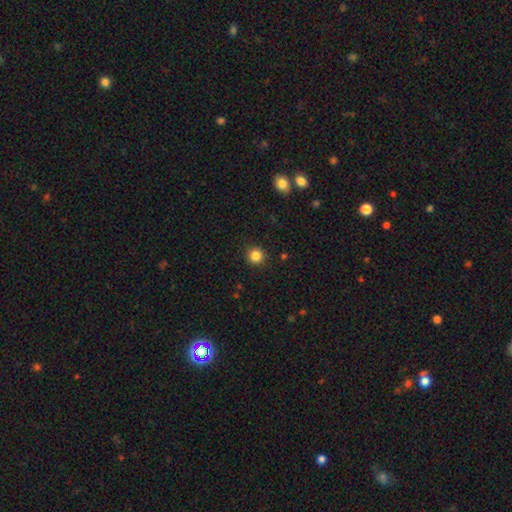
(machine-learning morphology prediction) Smooth or featured: smooth — 85% (star or artifact — 11%)
How rounded: round — 94% (in between — 5%)
Merging: none — 92% (minor disturbance — 5%)